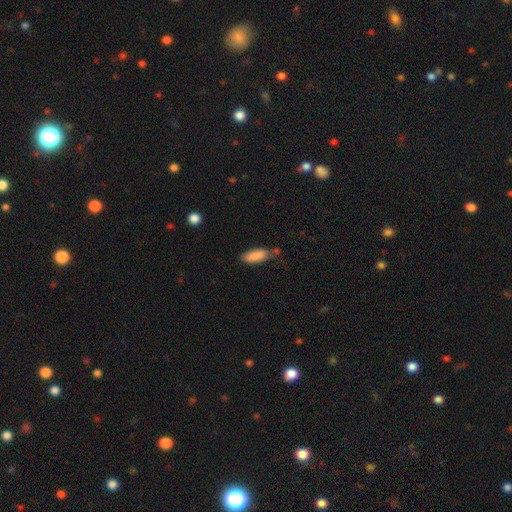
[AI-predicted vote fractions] Smooth or featured?
  - smooth: 87% *
  - featured or disk: 7%
  - star or artifact: 7%
How rounded?
  - in between: 71% *
  - cigar-shaped: 28%
  - round: 2%
Merging?
  - none: 59% *
  - minor disturbance: 25%
  - merger: 11%
  - major disturbance: 5%